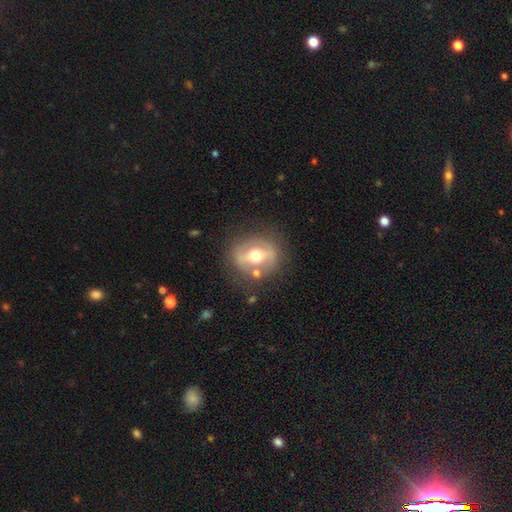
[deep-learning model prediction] A featured or disk galaxy (61%) with a strong bar (50%), no spiral arms (76%) and a moderate central bulge (74%).

Vote fractions:
- Smooth or featured? featured or disk: 61% / smooth: 31% / star or artifact: 7%
- Edge-on disk? no: 87% / yes: 13%
- Bar? strong: 50% / weak: 26% / no: 23%
- Spiral arms? no: 76% / yes: 24%
- Bulge size? moderate: 74% / large: 14% / small: 10% / dominant: 1% / none: 1%
- Merging? none: 74% / minor disturbance: 15% / major disturbance: 7% / merger: 4%